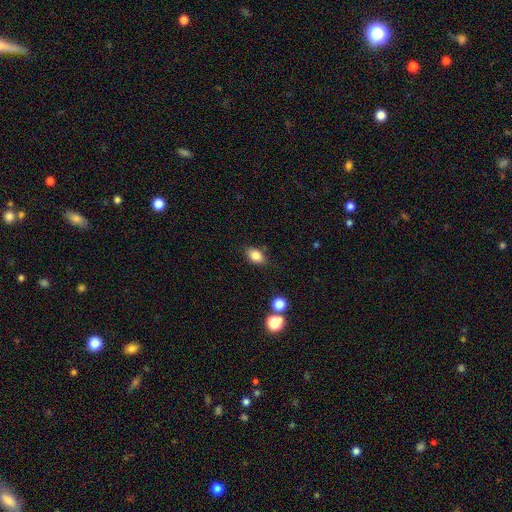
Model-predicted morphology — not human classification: Q: Smooth or featured?
A: smooth (83%); runner-up: star or artifact (9%)
Q: How rounded?
A: in between (83%); runner-up: round (15%)
Q: Merging?
A: none (83%); runner-up: minor disturbance (12%)